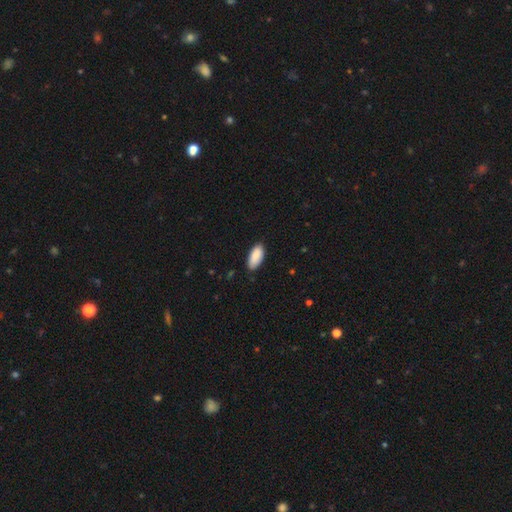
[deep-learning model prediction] Overall: smooth (89%). How rounded: in between (91%). Merging: none (84%).